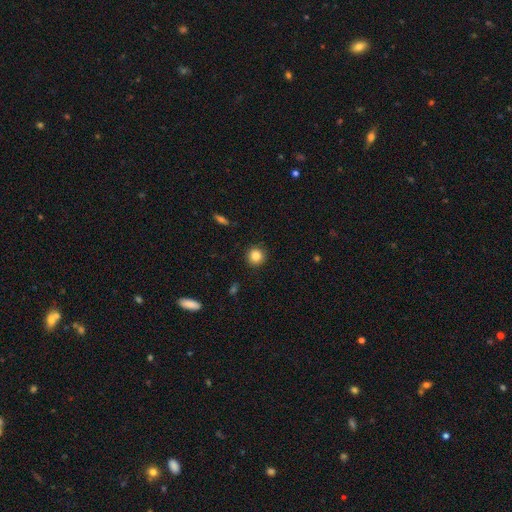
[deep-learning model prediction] Morphology: type=smooth (85%); roundness=round (93%); merging=none (91%).